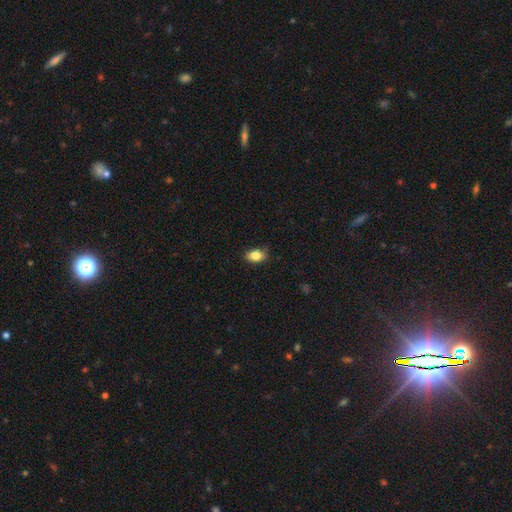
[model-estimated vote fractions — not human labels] Morphology: type=smooth (84%); roundness=in between (85%); merging=none (80%).